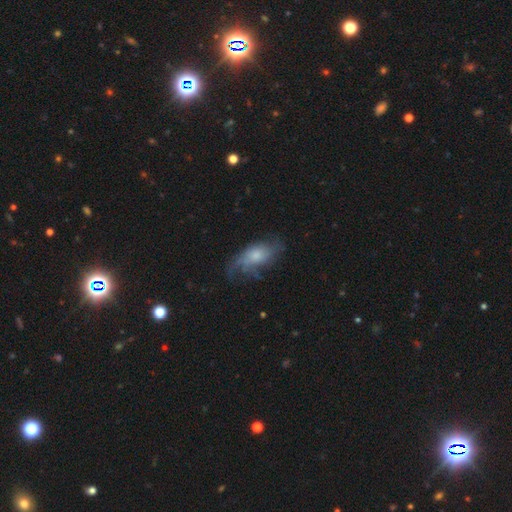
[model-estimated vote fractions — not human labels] smooth-or-featured: featured or disk: 51% | smooth: 41% | star or artifact: 8%
  disk-edge-on: no: 90% | yes: 10%
  merging: none: 45% | minor disturbance: 27% | major disturbance: 26% | merger: 2%